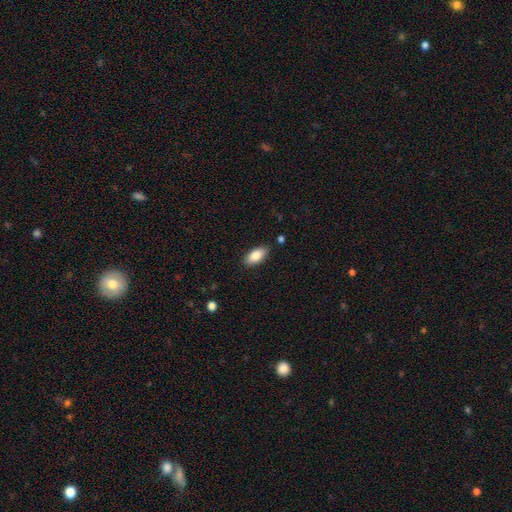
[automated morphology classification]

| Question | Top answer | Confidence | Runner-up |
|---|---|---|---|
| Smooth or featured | smooth | 84% | featured or disk (10%) |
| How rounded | in between | 90% | cigar-shaped (8%) |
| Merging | none | 86% | minor disturbance (10%) |